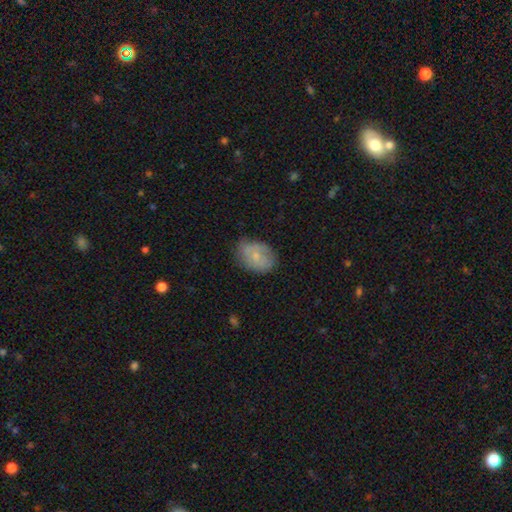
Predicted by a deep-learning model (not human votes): Morphology: type=smooth (63%); roundness=in between (76%); merging=none (66%).